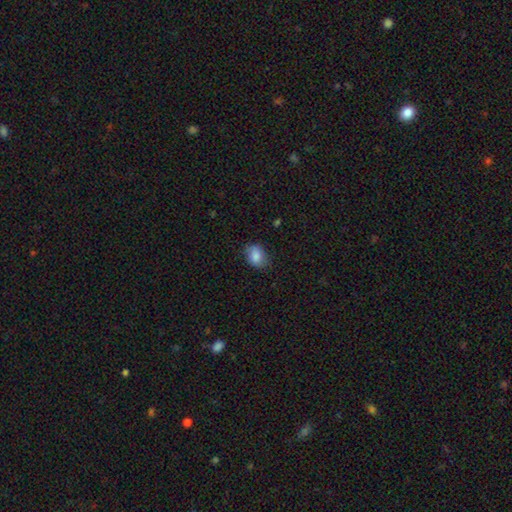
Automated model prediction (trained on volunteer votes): Smooth or featured? smooth (84%)
How rounded? in between (68%)
Merging? none (73%)